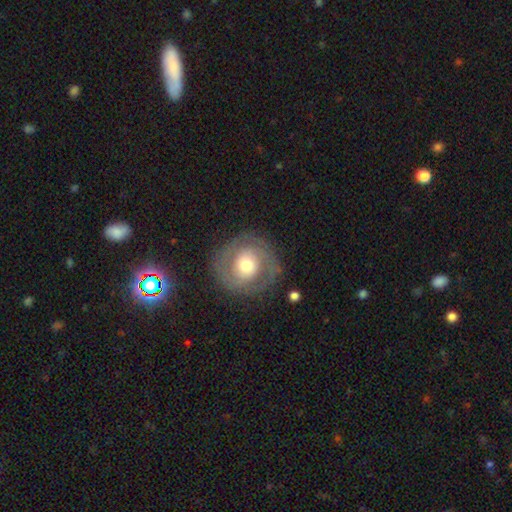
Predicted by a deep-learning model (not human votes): This appears to be a featured or disk galaxy (69%) with no bar (60%), 2 (76%) tight (55%) spiral arms (79%) and a moderate central bulge (67%). Merging: none (82%).